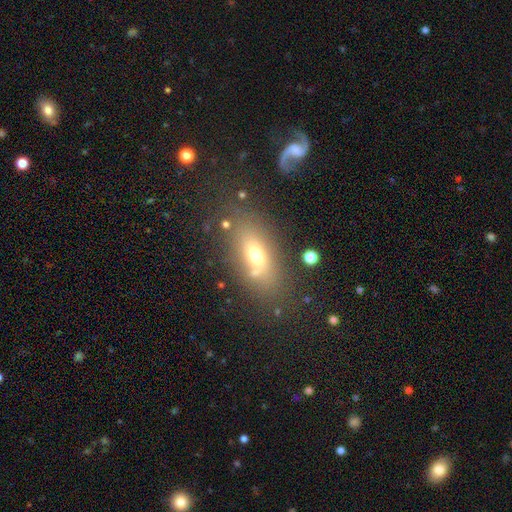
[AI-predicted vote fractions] Smooth or featured? Predicted: smooth (p=0.59). How rounded? Predicted: in between (p=0.79). Merging? Predicted: none (p=0.69).